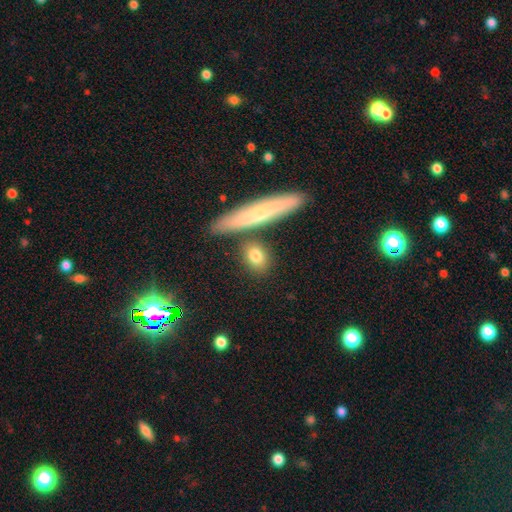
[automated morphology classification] Smooth or featured?
  - smooth: 79% *
  - featured or disk: 14%
  - star or artifact: 7%
How rounded?
  - in between: 54% *
  - round: 29%
  - cigar-shaped: 17%
Merging?
  - none: 77% *
  - minor disturbance: 10%
  - merger: 10%
  - major disturbance: 3%